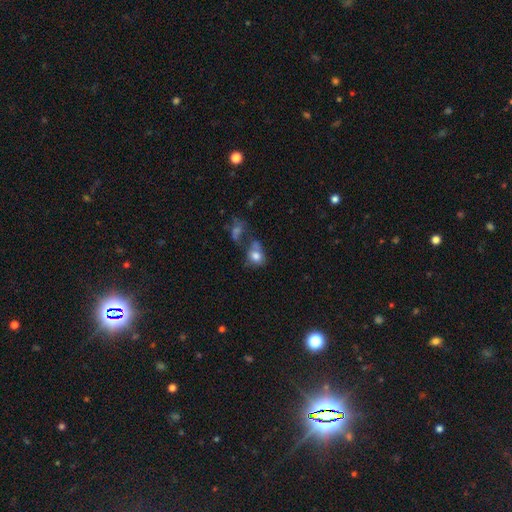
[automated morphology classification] This appears to be a smooth galaxy with no disk features (75%) that is in between round and cigar-shaped (52%). Merging: merger (38%).